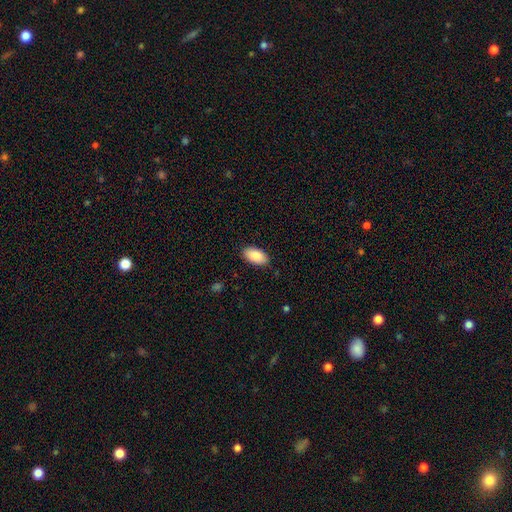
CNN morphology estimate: Smooth or featured: smooth — 88% (star or artifact — 6%)
How rounded: in between — 95% (round — 3%)
Merging: none — 88% (minor disturbance — 9%)